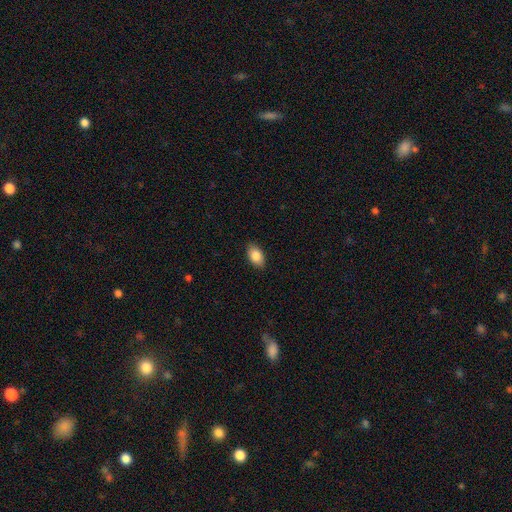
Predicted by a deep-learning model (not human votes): This is clearly a smooth galaxy (86%). How rounded: clearly in between (93%). Merging: clearly none (88%).